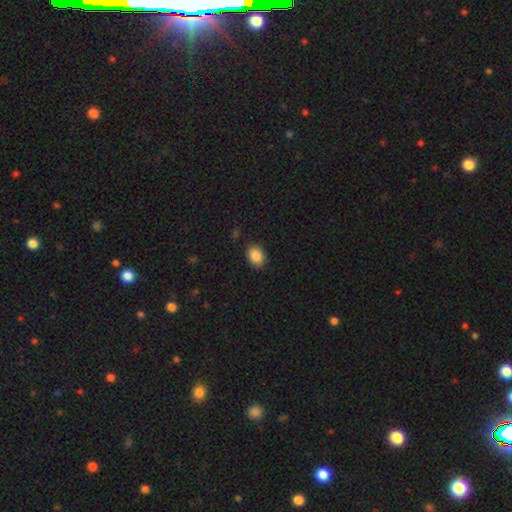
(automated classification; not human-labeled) Smooth or featured? smooth (86%)
How rounded? in between (69%)
Merging? none (87%)